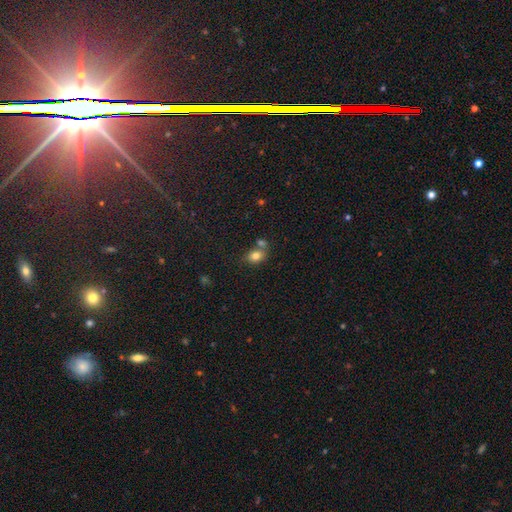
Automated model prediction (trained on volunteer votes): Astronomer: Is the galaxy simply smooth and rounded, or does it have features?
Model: smooth — 80%.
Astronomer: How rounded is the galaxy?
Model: in between — 63%.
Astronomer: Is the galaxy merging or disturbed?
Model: none — 49% (runner-up: merger, 35%).